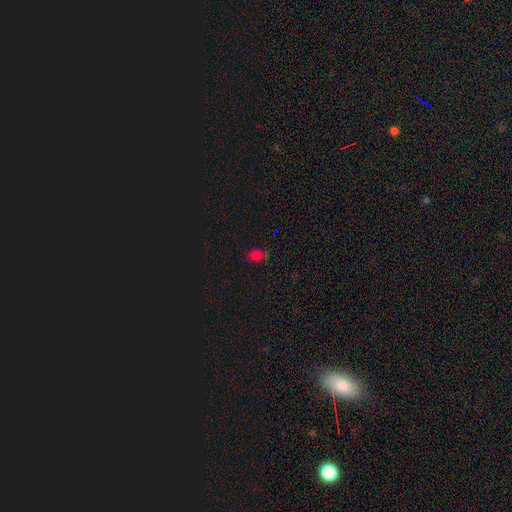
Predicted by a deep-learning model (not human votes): Morphology: type=smooth (71%); roundness=in between (63%); merging=none (74%).